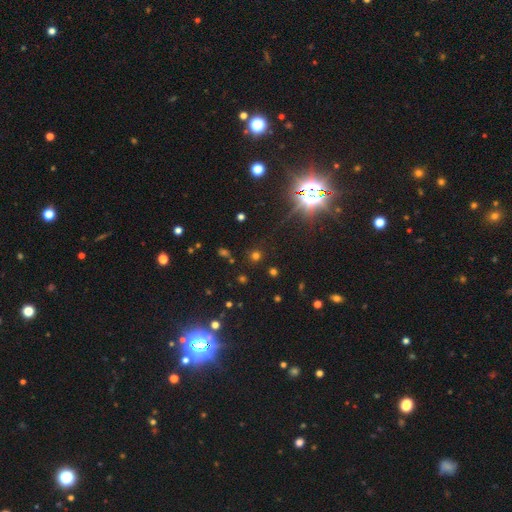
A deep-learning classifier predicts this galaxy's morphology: Smooth or featured? Predicted: smooth (p=0.52). How rounded? Predicted: round (p=0.91). Merging? Predicted: none (p=0.86).